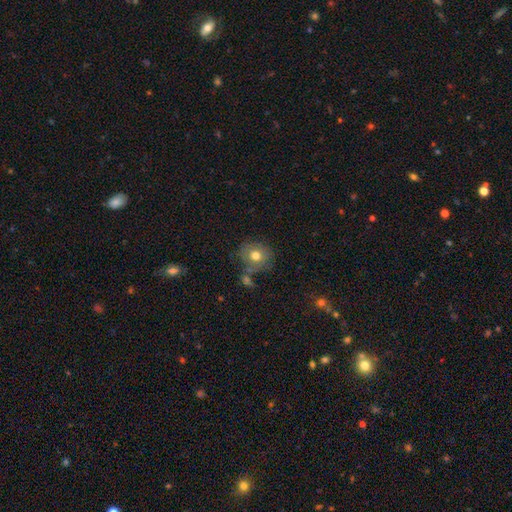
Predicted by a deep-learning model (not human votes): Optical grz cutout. It shows a smooth galaxy with no disk features (70%) that is round (79%). Merging: none (66%).